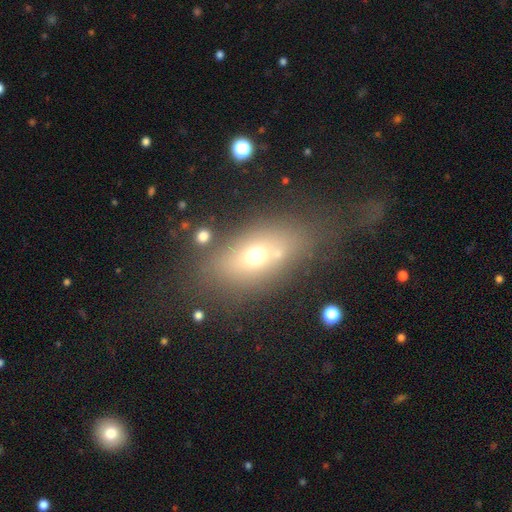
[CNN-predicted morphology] This appears to be a smooth galaxy with no disk features (62%) that is in between round and cigar-shaped (74%). Merging: none (59%).